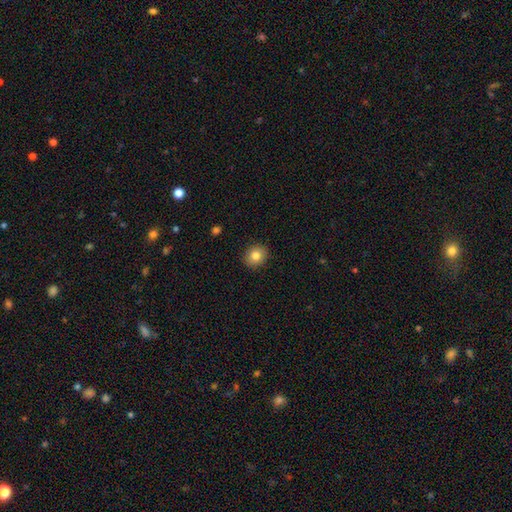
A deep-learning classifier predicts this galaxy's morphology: smooth 82%, star or artifact 10%, featured or disk 8%. Down the decision tree: how rounded — round (71%); merging — none (90%).